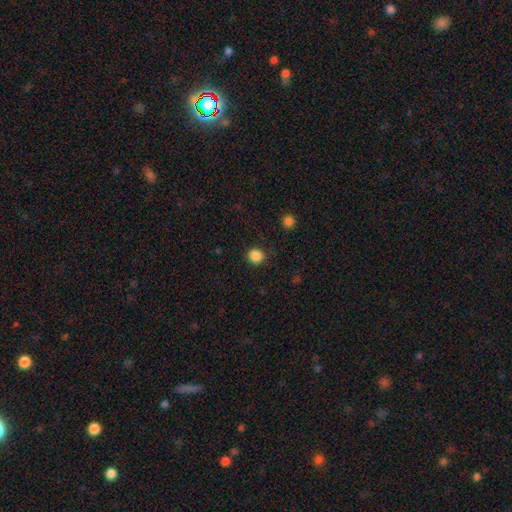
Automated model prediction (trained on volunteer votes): This appears to be a smooth galaxy with no disk features (86%) that is round (86%). Merging: none (88%).